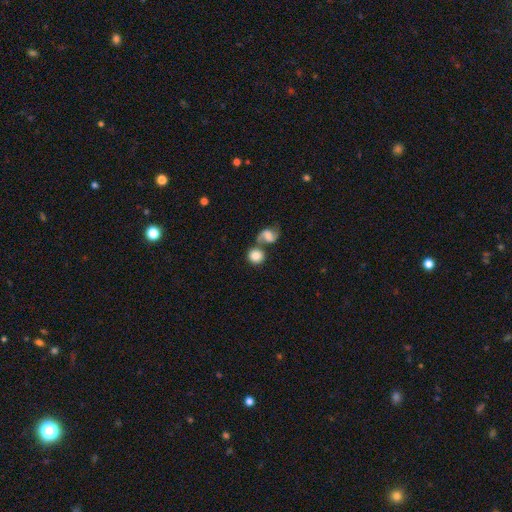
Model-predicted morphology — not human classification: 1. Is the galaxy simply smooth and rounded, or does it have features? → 75% smooth, 18% featured or disk, 7% star or artifact.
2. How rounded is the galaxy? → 87% round, 11% in between, 1% cigar-shaped.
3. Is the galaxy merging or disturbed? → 51% none, 36% merger, 9% minor disturbance, 4% major disturbance.